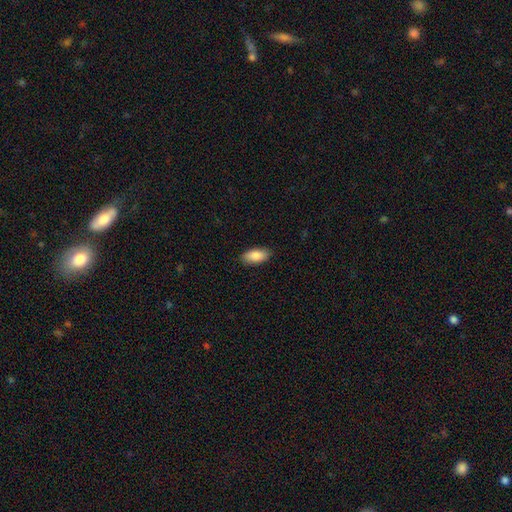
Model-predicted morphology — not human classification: Smooth or featured?
  - smooth: 87% *
  - featured or disk: 7%
  - star or artifact: 6%
How rounded?
  - in between: 91% *
  - cigar-shaped: 7%
  - round: 2%
Merging?
  - none: 88% *
  - minor disturbance: 9%
  - major disturbance: 2%
  - merger: 1%